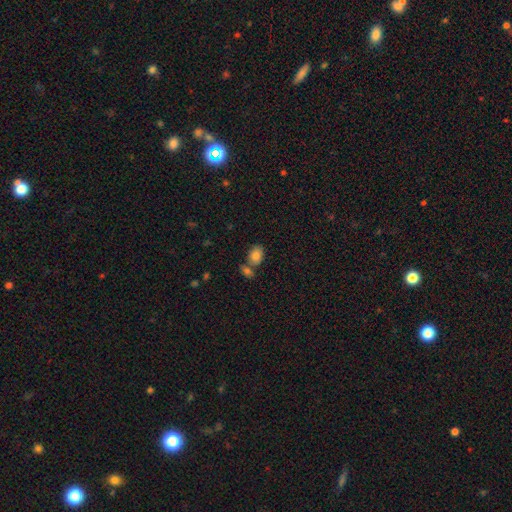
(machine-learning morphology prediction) type=smooth (83%); roundness=in between (74%); merging=none (53%).